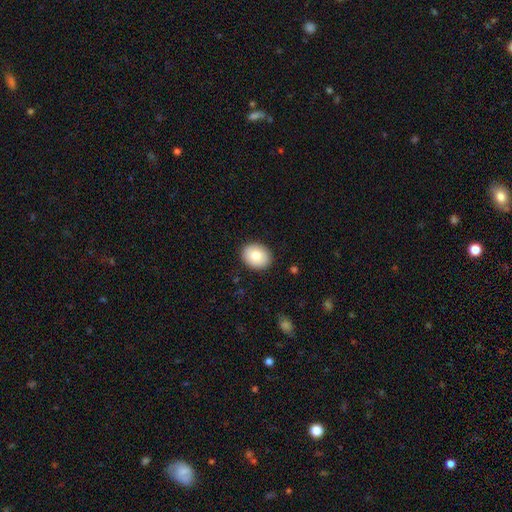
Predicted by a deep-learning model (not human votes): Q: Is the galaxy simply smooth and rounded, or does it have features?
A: smooth — 77%.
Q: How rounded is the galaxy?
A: round — 55%.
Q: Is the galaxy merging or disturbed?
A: none — 90%.